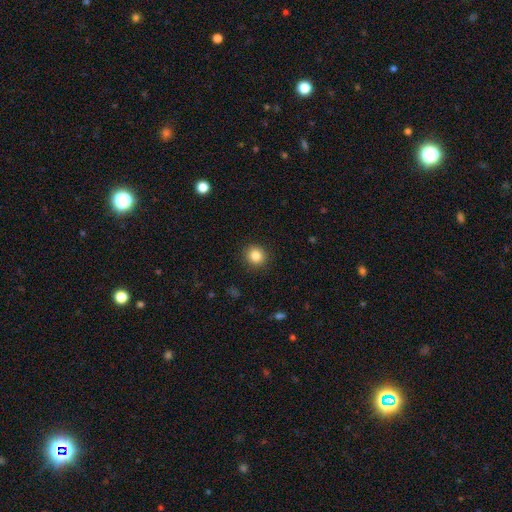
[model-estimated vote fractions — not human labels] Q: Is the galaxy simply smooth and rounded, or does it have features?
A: smooth — 85%.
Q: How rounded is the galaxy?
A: round — 90%.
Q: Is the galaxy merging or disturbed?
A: none — 91%.